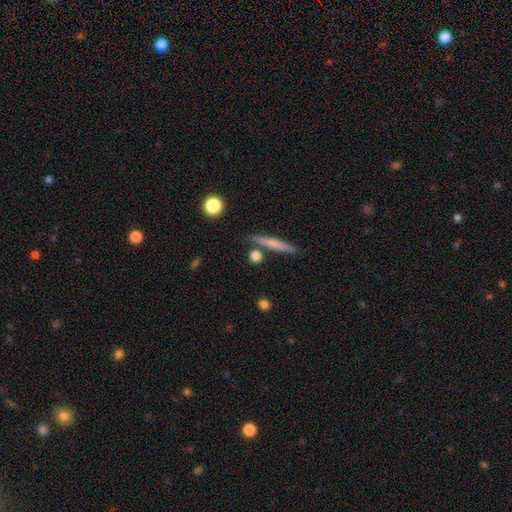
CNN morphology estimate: This is likely a smooth galaxy (77%). How rounded: possibly round (58%). Merging: likely none (77%).